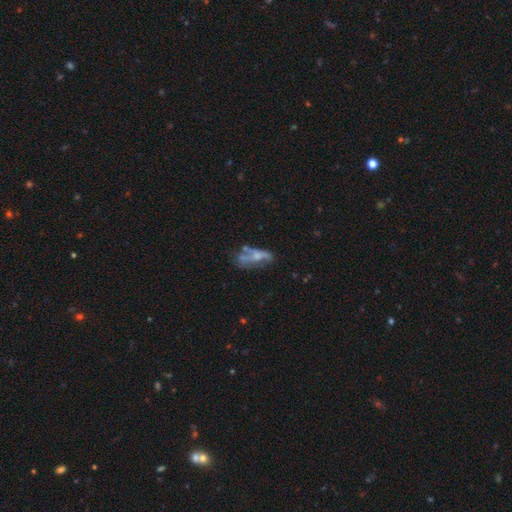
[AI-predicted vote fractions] featured or disk 56%, smooth 33%, star or artifact 11%. Down the decision tree: edge-on disk — no (83%); merging — none (36%).